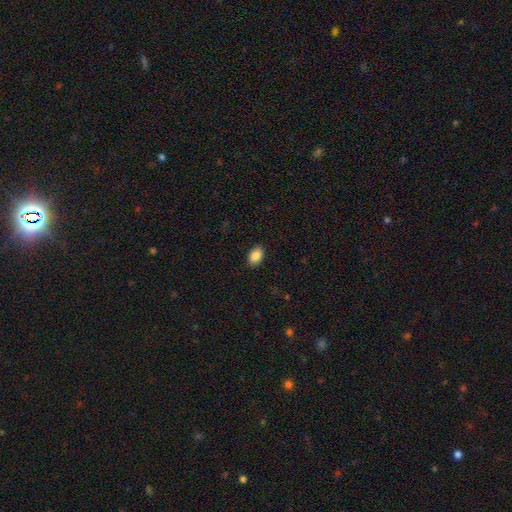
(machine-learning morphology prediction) Q: Smooth or featured?
A: smooth (88%); runner-up: star or artifact (8%)
Q: How rounded?
A: in between (87%); runner-up: round (12%)
Q: Merging?
A: none (89%); runner-up: minor disturbance (8%)